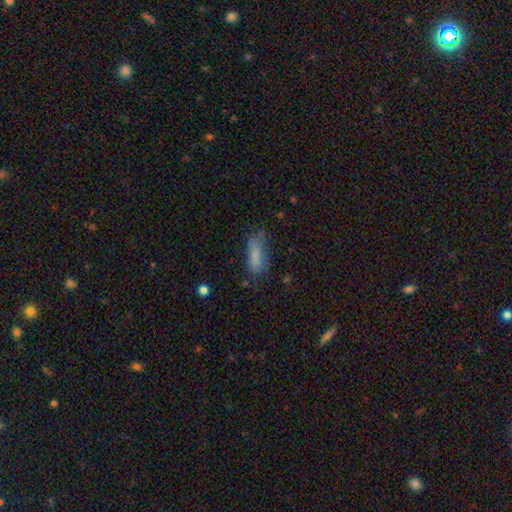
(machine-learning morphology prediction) type=smooth (78%); roundness=in between (56%); merging=none (53%).